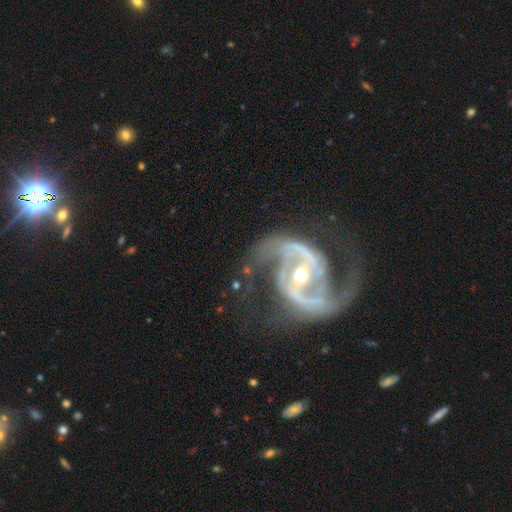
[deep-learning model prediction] Q: Smooth or featured?
A: featured or disk (93%); runner-up: star or artifact (5%)
Q: Edge-on disk?
A: no (98%); runner-up: yes (2%)
Q: Bar?
A: strong (48%); runner-up: weak (30%)
Q: Spiral arms?
A: yes (98%); runner-up: no (2%)
Q: Spiral winding?
A: medium (58%); runner-up: loose (25%)
Q: Spiral arm count?
A: 2 (93%); runner-up: 3 (2%)
Q: Bulge size?
A: moderate (60%); runner-up: small (35%)
Q: Merging?
A: none (71%); runner-up: minor disturbance (15%)